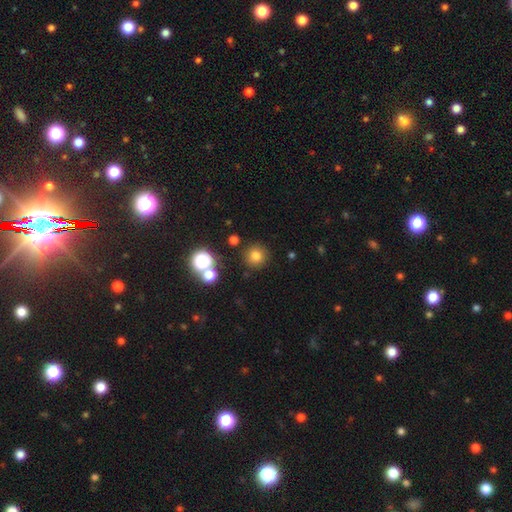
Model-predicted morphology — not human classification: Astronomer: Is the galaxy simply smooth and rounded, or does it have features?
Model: smooth — 76%.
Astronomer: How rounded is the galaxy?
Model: round — 94%.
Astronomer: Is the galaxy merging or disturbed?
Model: none — 87%.